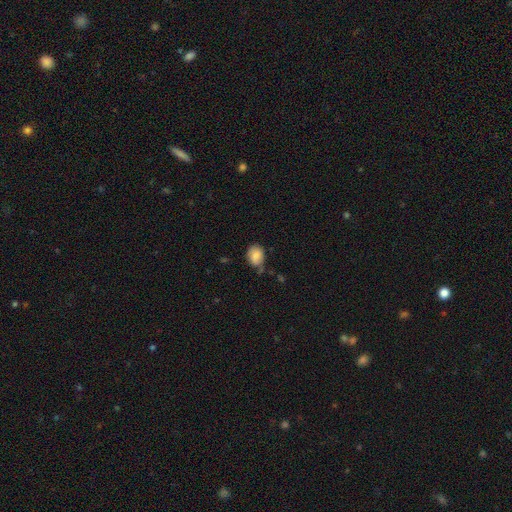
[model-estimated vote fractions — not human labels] smooth_or_featured: smooth (p=0.82) [alt: featured or disk p=0.10]
how_rounded: in between (p=0.58) [alt: round p=0.41]
merging: none (p=0.57) [alt: minor disturbance p=0.30]